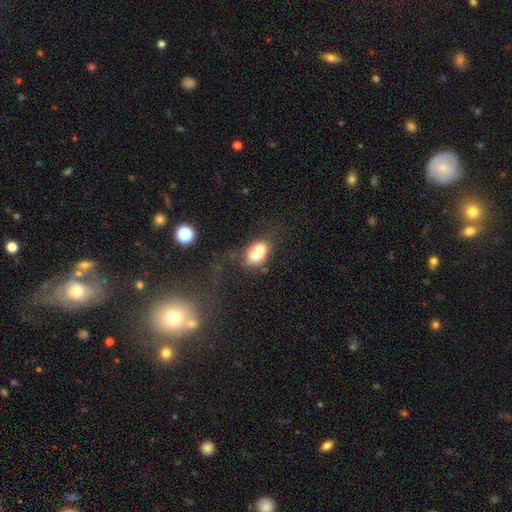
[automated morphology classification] A smooth galaxy with no disk features (61%) that is in between round and cigar-shaped (52%). Merging: merger (65%).